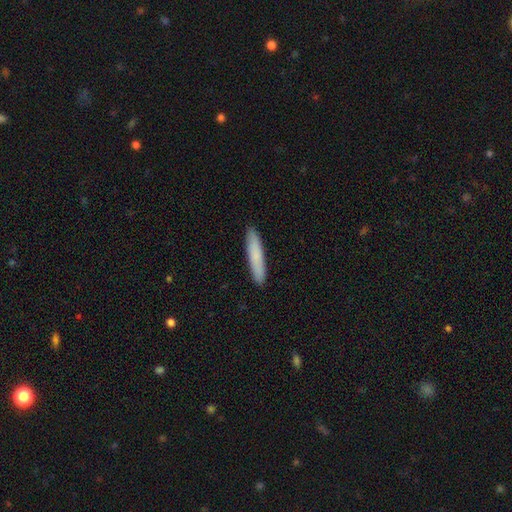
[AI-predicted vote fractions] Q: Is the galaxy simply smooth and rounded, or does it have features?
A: smooth — 80%.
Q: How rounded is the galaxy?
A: cigar-shaped — 90%.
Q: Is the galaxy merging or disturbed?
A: none — 91%.